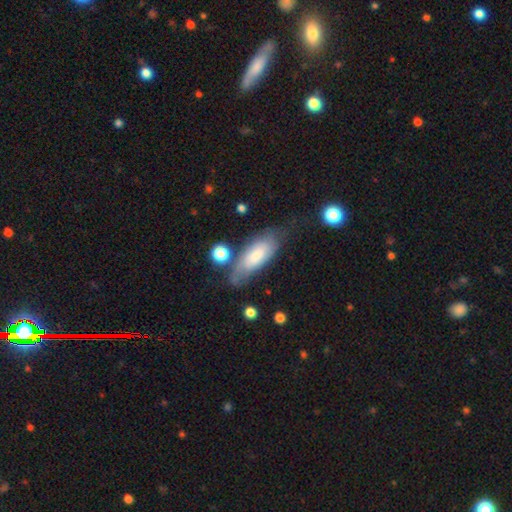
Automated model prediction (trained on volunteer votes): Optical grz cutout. It shows a smooth galaxy with no disk features (56%) that is in between round and cigar-shaped (75%). Merging: none (49%).